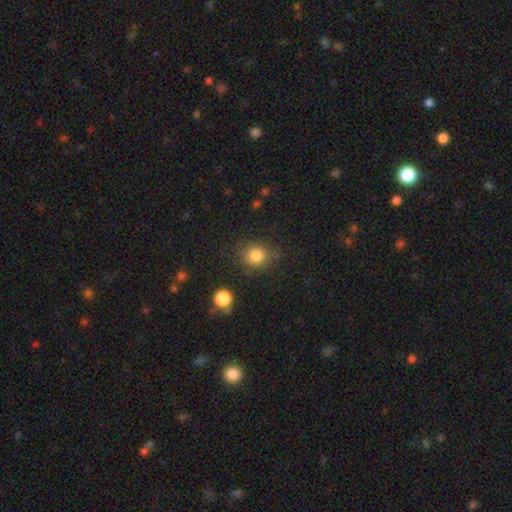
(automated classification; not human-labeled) This appears to be a smooth galaxy with no disk features (82%) that is round (69%). Merging: none (76%).